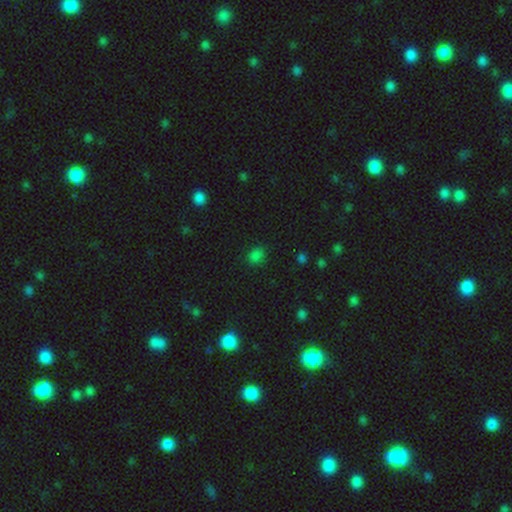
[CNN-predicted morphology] smooth 77%, star or artifact 20%, featured or disk 4%. Down the decision tree: how rounded — round (53%); merging — none (83%).